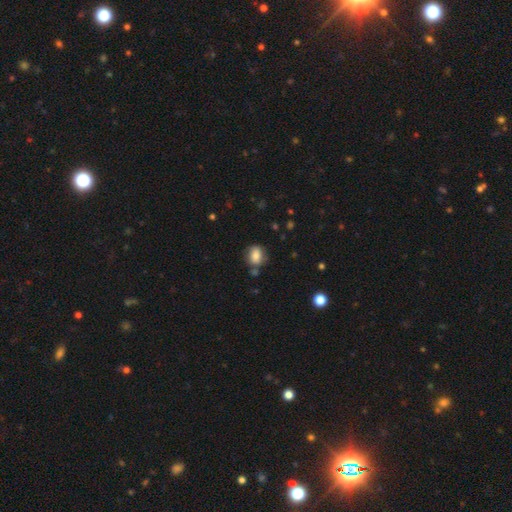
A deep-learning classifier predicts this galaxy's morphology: smooth_or_featured: smooth (p=0.78) [alt: featured or disk p=0.13]
how_rounded: in between (p=0.50) [alt: round p=0.49]
merging: none (p=0.67) [alt: minor disturbance p=0.20]